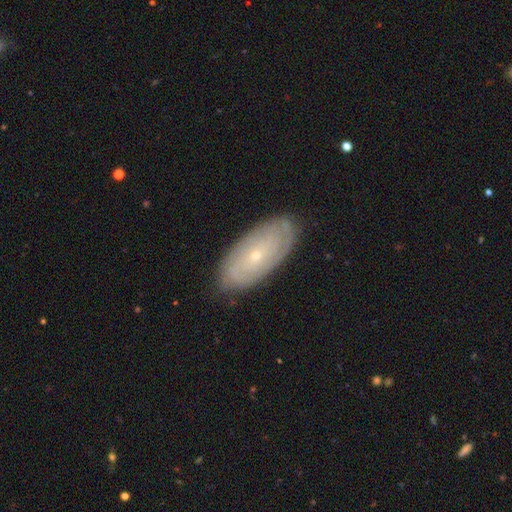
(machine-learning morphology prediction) Overall: featured or disk (67%). Edge-on disk: no (91%). Bar: no (79%). Spiral arms: yes (80%). Bulge size: small (82%). Merging: none (84%).